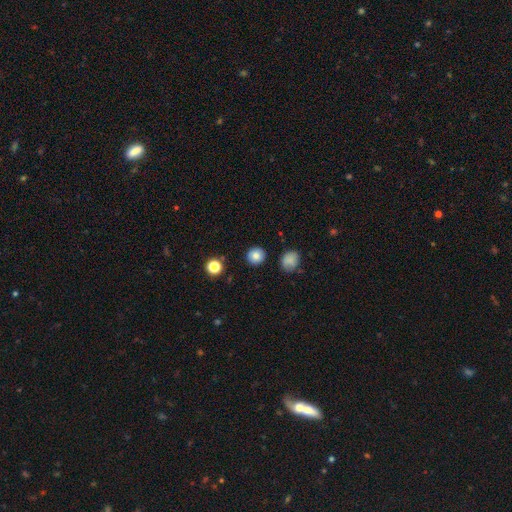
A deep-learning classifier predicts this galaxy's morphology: Q: Smooth or featured?
A: smooth (81%); runner-up: star or artifact (11%)
Q: How rounded?
A: round (92%); runner-up: in between (7%)
Q: Merging?
A: none (89%); runner-up: minor disturbance (7%)